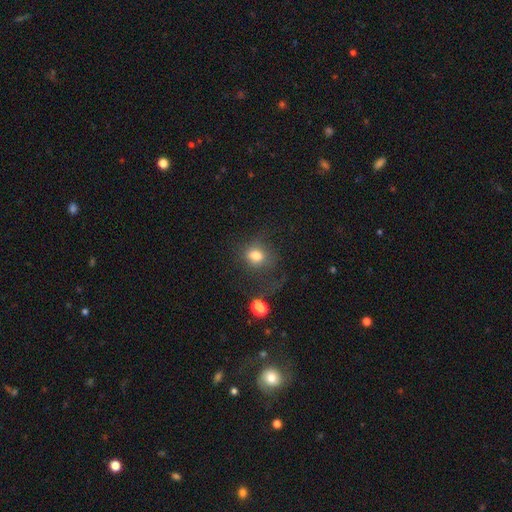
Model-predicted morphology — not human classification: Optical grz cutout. It shows a smooth galaxy with no disk features (77%) that is round (62%). Merging: none (58%).